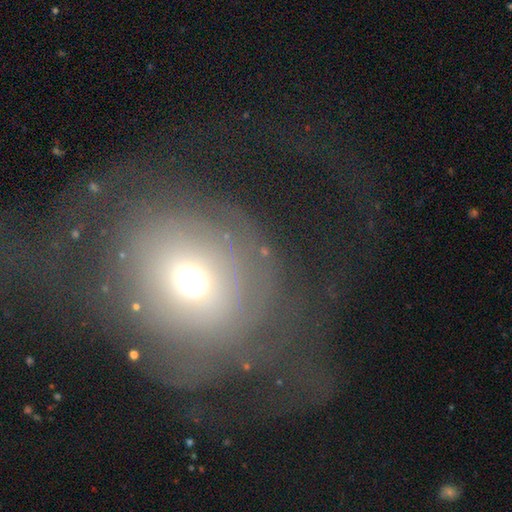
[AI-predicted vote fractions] Overall: smooth (49%; featured or disk 37%). Merging: major disturbance (45%; none 38%).